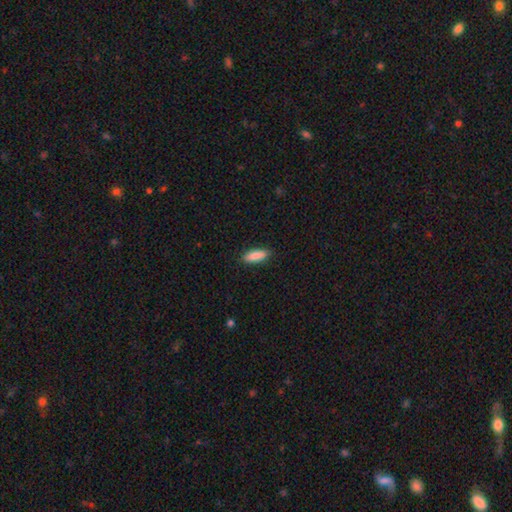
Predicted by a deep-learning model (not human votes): Q: Smooth or featured?
A: smooth (88%); runner-up: featured or disk (6%)
Q: How rounded?
A: in between (51%); runner-up: cigar-shaped (47%)
Q: Merging?
A: none (88%); runner-up: minor disturbance (9%)